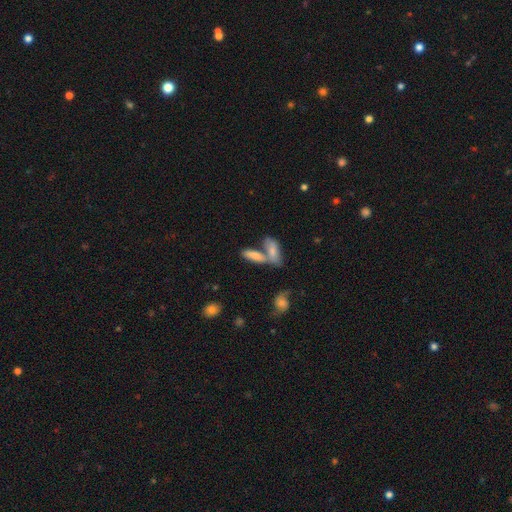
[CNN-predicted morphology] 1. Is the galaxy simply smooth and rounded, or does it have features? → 64% smooth, 25% featured or disk, 11% star or artifact.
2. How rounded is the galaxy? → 52% in between, 44% cigar-shaped, 4% round.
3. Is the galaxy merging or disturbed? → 50% merger, 36% none, 9% minor disturbance, 4% major disturbance.